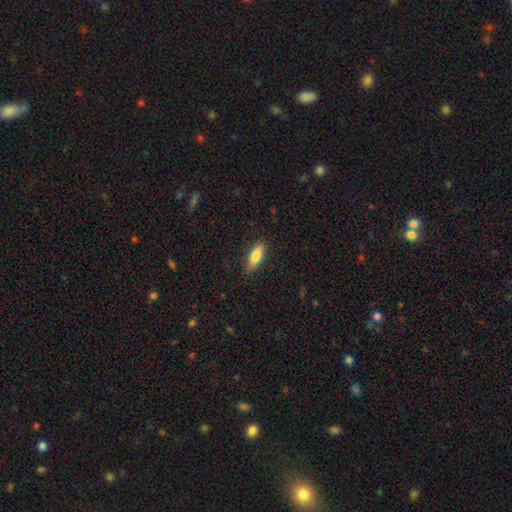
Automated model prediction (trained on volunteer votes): Smooth or featured?
  - smooth: 81% *
  - featured or disk: 12%
  - star or artifact: 7%
How rounded?
  - in between: 70% *
  - cigar-shaped: 28%
  - round: 2%
Merging?
  - none: 83% *
  - minor disturbance: 13%
  - major disturbance: 3%
  - merger: 1%